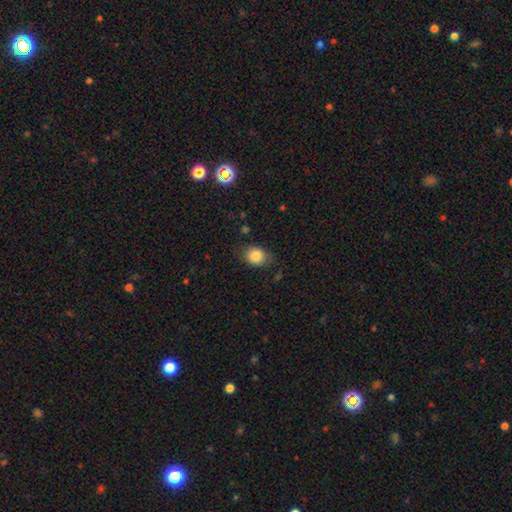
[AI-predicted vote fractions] smooth_or_featured: smooth (p=0.84) [alt: star or artifact p=0.09]
how_rounded: round (p=0.53) [alt: in between p=0.46]
merging: none (p=0.73) [alt: minor disturbance p=0.20]